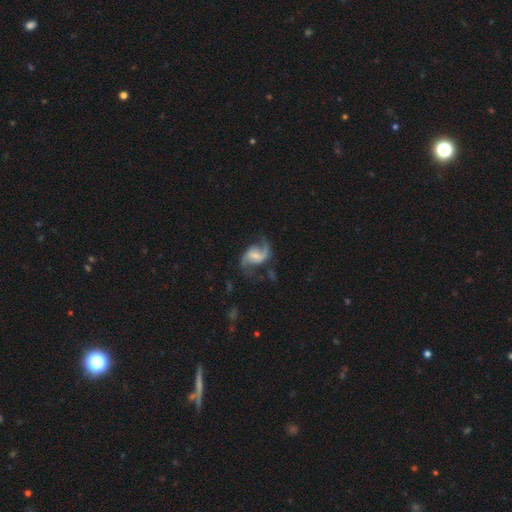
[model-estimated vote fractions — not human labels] This is clearly a featured or disk galaxy (85%). It is clearly not viewed edge-on (98%). Bar: possibly weak (52%). Spiral arm pattern: clearly yes (95%). Spiral arm count: clearly 2 (85%). Spiral winding: possibly loose (56%). Central bulge: marginally small (45%). Merging: likely none (62%).